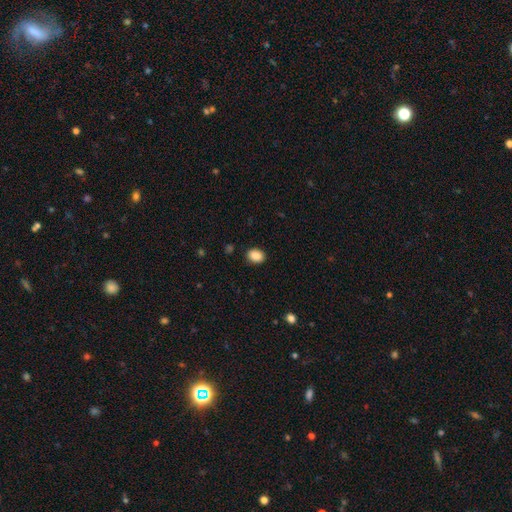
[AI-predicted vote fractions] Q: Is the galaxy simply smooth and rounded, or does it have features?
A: smooth — 89%.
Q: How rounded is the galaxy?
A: in between — 67%.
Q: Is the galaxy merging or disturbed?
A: none — 88%.